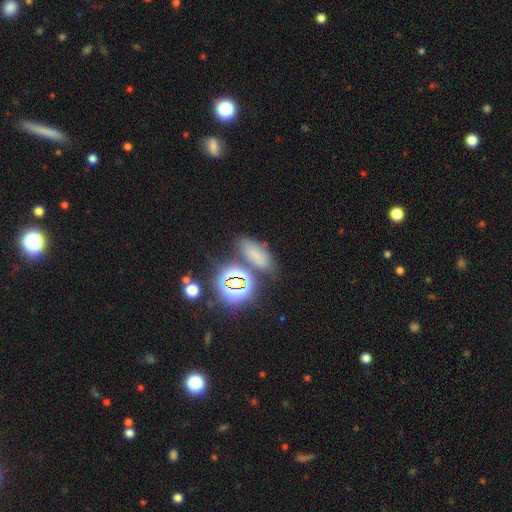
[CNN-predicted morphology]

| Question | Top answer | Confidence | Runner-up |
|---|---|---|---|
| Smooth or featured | smooth | 58% | star or artifact (32%) |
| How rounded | in between | 72% | round (14%) |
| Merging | none | 70% | minor disturbance (13%) |